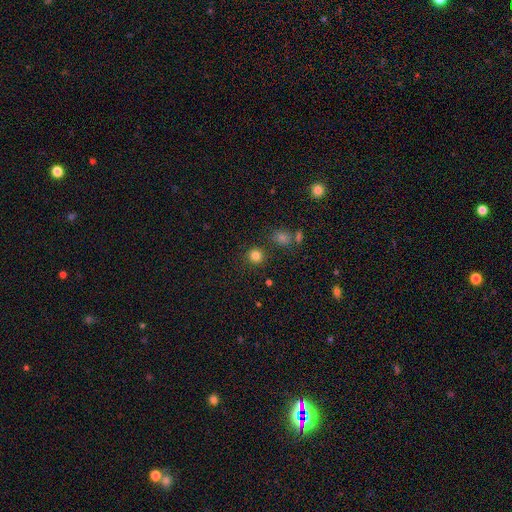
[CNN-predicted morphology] A smooth galaxy with no disk features (82%) that is round (92%).

Vote fractions:
- Smooth or featured? smooth: 82% / star or artifact: 13% / featured or disk: 5%
- How rounded? round: 92% / in between: 7% / cigar-shaped: 1%
- Merging? none: 86% / minor disturbance: 7% / merger: 4% / major disturbance: 3%